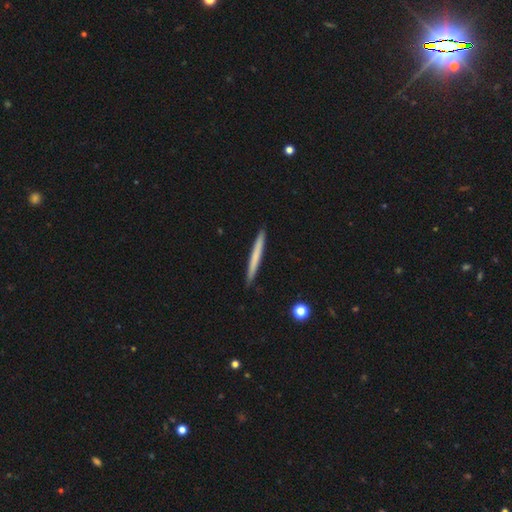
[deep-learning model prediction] A smooth galaxy with no disk features (61%) that is cigar-shaped (97%). Merging: none (92%).